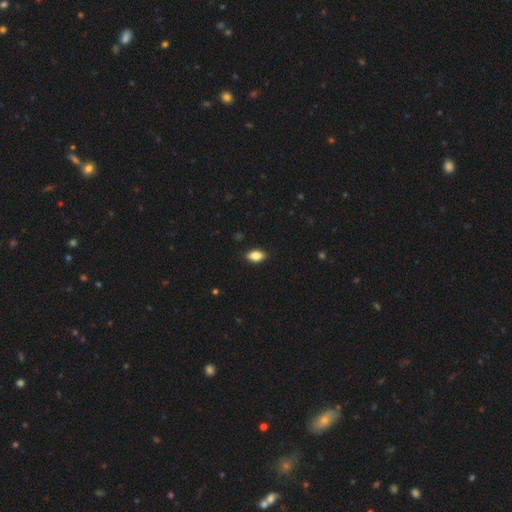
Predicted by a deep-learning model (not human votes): Overall: smooth (85%). How rounded: in between (90%). Merging: none (87%).